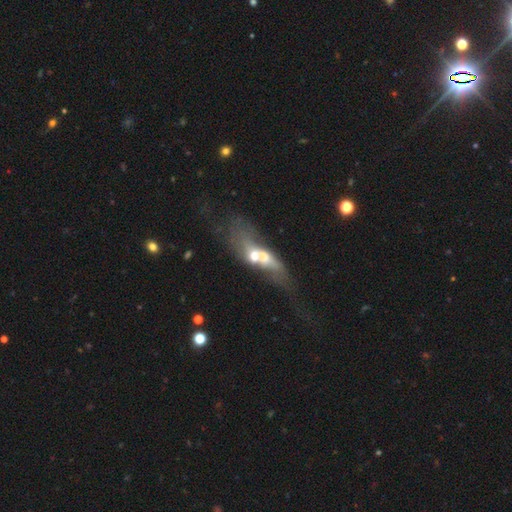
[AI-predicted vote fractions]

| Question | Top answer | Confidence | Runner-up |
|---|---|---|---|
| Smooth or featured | featured or disk | 51% | smooth (40%) |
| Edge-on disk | no | 78% | yes (22%) |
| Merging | merger | 61% | major disturbance (15%) |